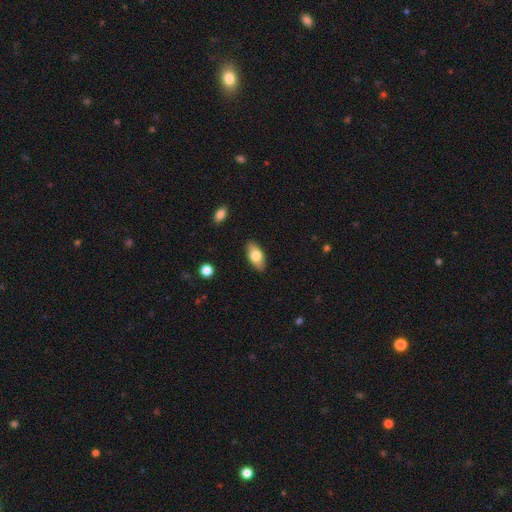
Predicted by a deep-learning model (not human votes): Smooth or featured?
  - smooth: 73% *
  - featured or disk: 20%
  - star or artifact: 7%
How rounded?
  - in between: 88% *
  - cigar-shaped: 8%
  - round: 3%
Merging?
  - none: 87% *
  - minor disturbance: 10%
  - major disturbance: 2%
  - merger: 1%